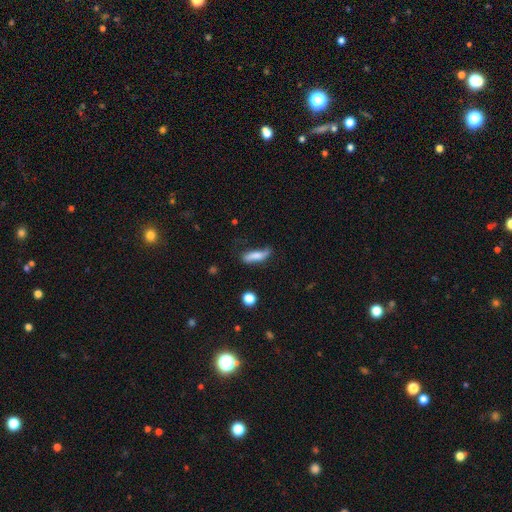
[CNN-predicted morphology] This is likely a smooth galaxy (65%). How rounded: possibly cigar-shaped (58%). Merging: possibly none (56%).